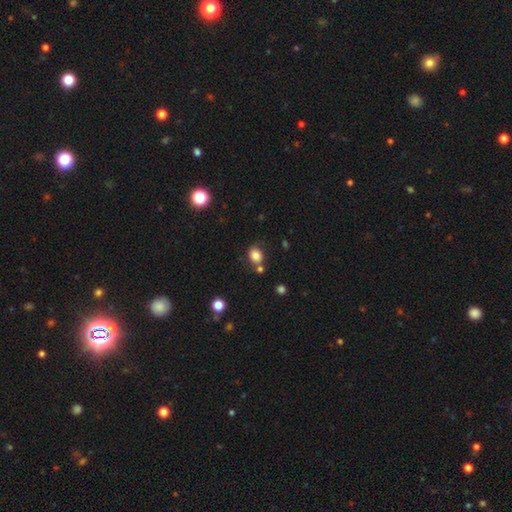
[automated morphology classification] Smooth or featured: smooth — 82% (star or artifact — 11%)
How rounded: round — 57% (in between — 42%)
Merging: none — 68% (minor disturbance — 15%)